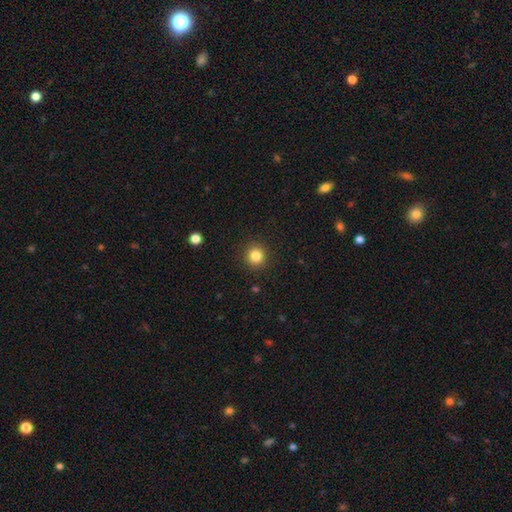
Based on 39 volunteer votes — Volunteers were most divided on "smooth or featured": smooth: 79%, featured or disk: 13%, star or artifact: 8%. More confident: how rounded — round (97%); merging — none (86%).